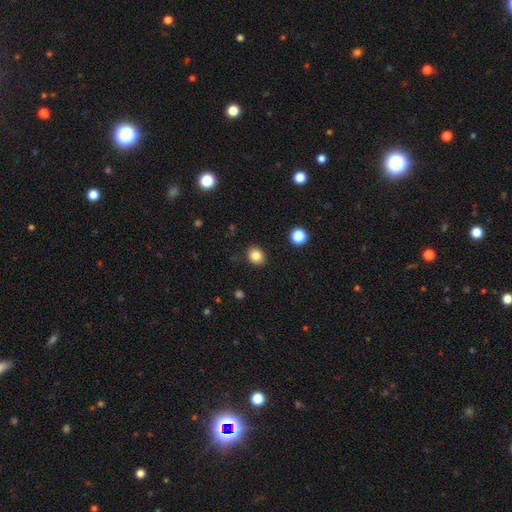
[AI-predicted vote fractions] This appears to be a smooth galaxy with no disk features (83%) that is round (70%). Merging: none (90%).